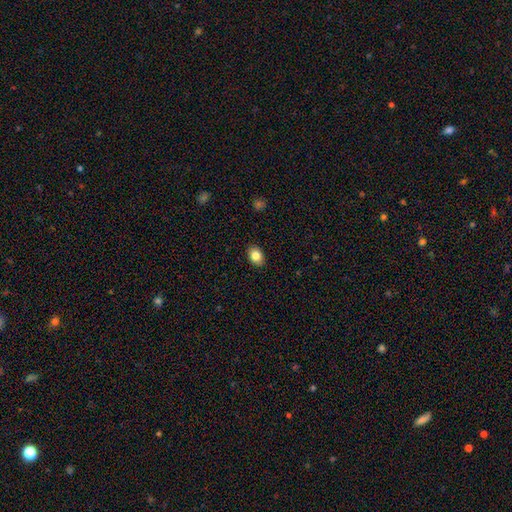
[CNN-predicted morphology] Smooth or featured?
  - smooth: 84% *
  - star or artifact: 9%
  - featured or disk: 7%
How rounded?
  - in between: 69% *
  - round: 30%
  - cigar-shaped: 1%
Merging?
  - none: 89% *
  - minor disturbance: 8%
  - major disturbance: 2%
  - merger: 1%